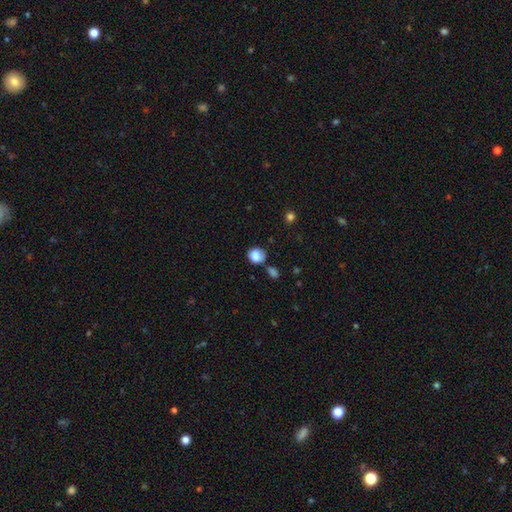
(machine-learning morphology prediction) Smooth or featured? smooth (82%)
How rounded? round (72%)
Merging? none (51%)